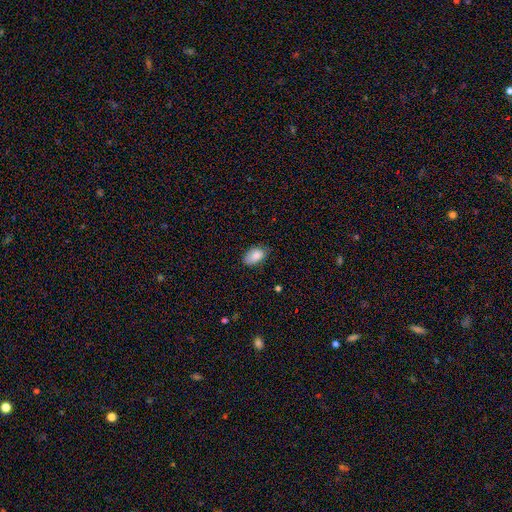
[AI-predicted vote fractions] A smooth galaxy with no disk features (86%) that is in between round and cigar-shaped (92%). Merging: none (70%).